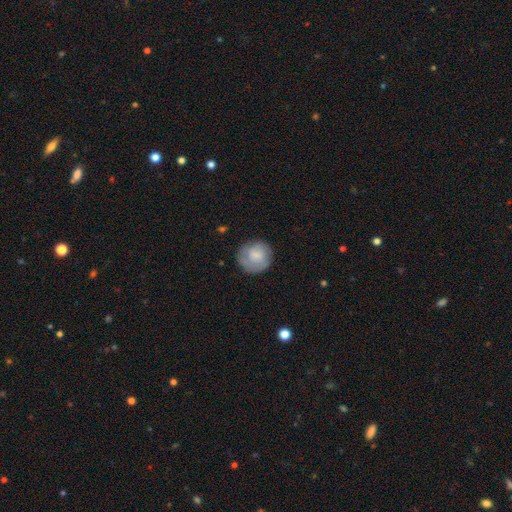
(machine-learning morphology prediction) A smooth galaxy with no disk features (67%) that is round (87%). Merging: none (71%).